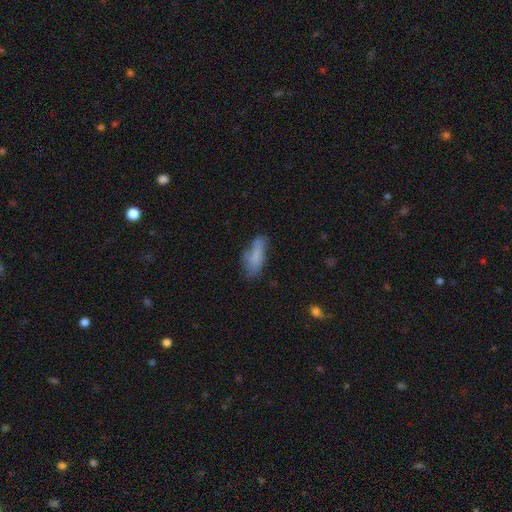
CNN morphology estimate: Overall: smooth (75%). How rounded: in between (68%; cigar-shaped 30%). Merging: none (52%; minor disturbance 30%).